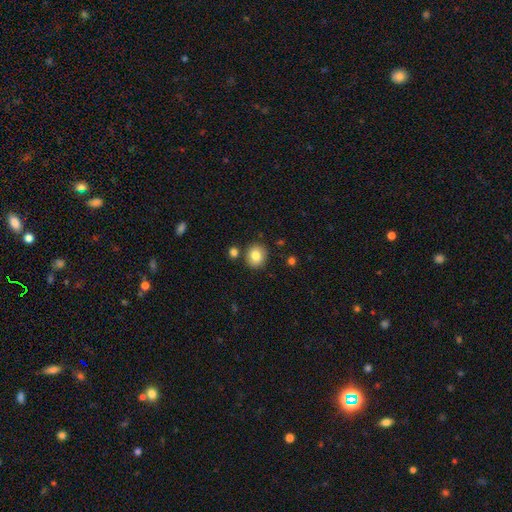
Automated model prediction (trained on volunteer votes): Q: Smooth or featured?
A: smooth (81%); runner-up: featured or disk (10%)
Q: How rounded?
A: round (83%); runner-up: in between (16%)
Q: Merging?
A: none (84%); runner-up: minor disturbance (9%)